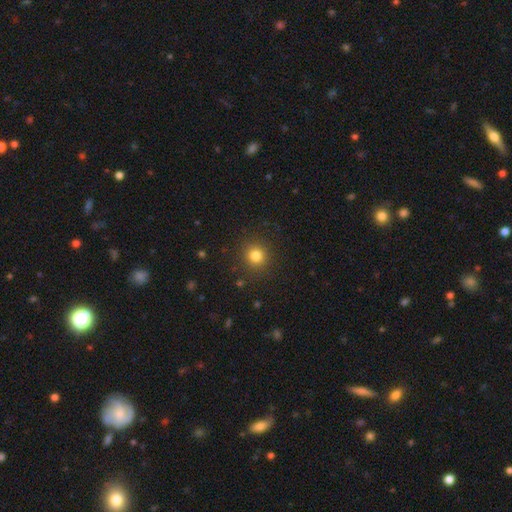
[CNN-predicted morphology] type=smooth (81%); roundness=round (92%); merging=none (90%).